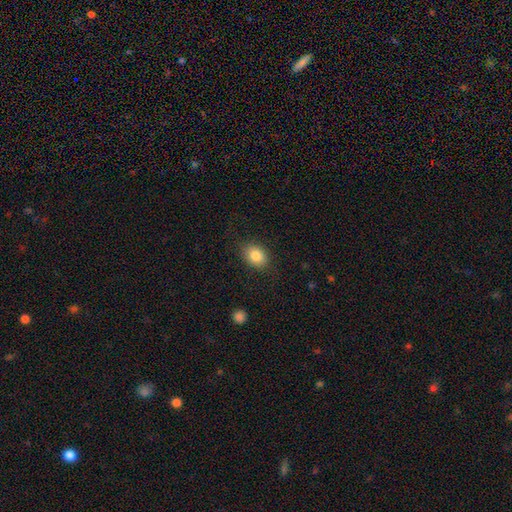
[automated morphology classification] Smooth or featured? smooth (84%)
How rounded? in between (63%)
Merging? none (83%)